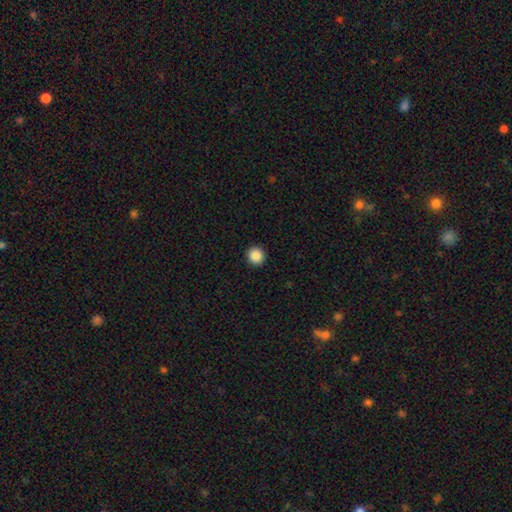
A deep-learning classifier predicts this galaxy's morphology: Smooth or featured: smooth — 88% (star or artifact — 9%)
How rounded: round — 94% (in between — 6%)
Merging: none — 93% (minor disturbance — 4%)